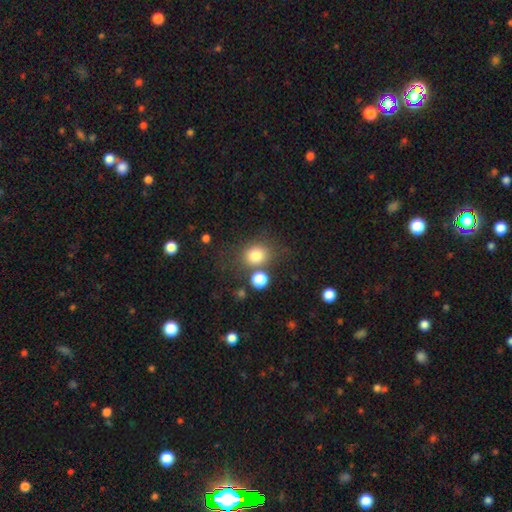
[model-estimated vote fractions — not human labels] Q: Smooth or featured?
A: smooth (80%); runner-up: star or artifact (12%)
Q: How rounded?
A: round (74%); runner-up: in between (25%)
Q: Merging?
A: none (67%); runner-up: merger (14%)